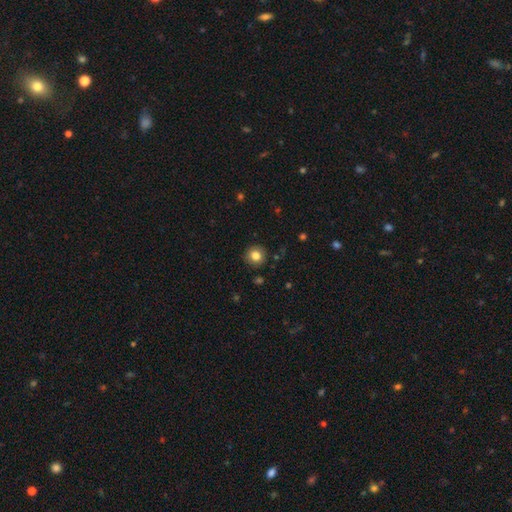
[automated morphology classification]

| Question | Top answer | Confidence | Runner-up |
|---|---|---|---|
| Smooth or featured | smooth | 82% | star or artifact (10%) |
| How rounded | round | 93% | in between (6%) |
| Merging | none | 91% | minor disturbance (6%) |